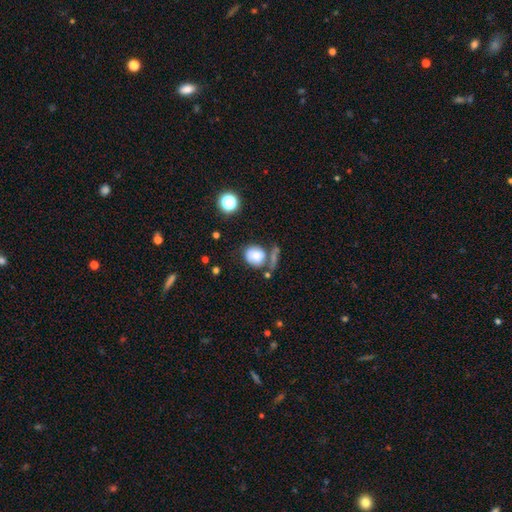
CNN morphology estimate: A smooth galaxy with no disk features (79%) that is round (66%). Merging: none (48%).